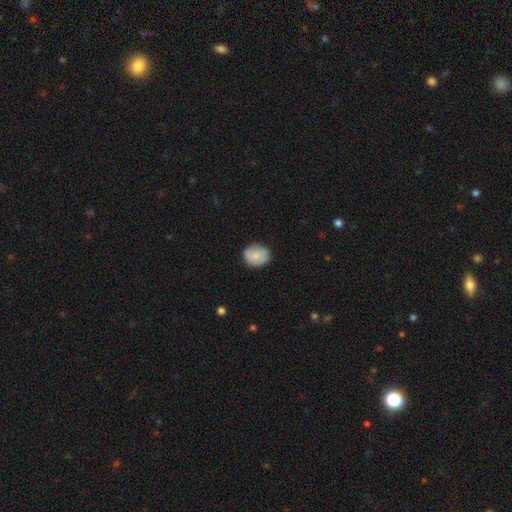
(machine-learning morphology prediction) smooth-or-featured: smooth: 81% | featured or disk: 13% | star or artifact: 7%
  how-rounded: round: 61% | in between: 38% | cigar-shaped: 1%
  merging: none: 80% | minor disturbance: 16% | major disturbance: 3% | merger: 1%